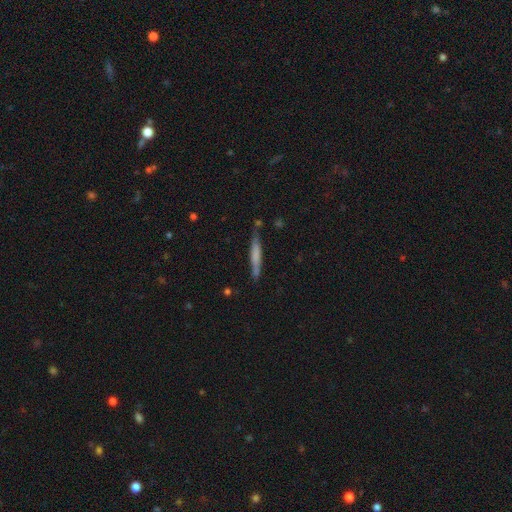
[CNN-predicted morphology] Smooth or featured?
  - smooth: 55% *
  - featured or disk: 39%
  - star or artifact: 6%
How rounded?
  - cigar-shaped: 94% *
  - in between: 4%
  - round: 1%
Merging?
  - none: 78% *
  - minor disturbance: 15%
  - merger: 3%
  - major disturbance: 3%